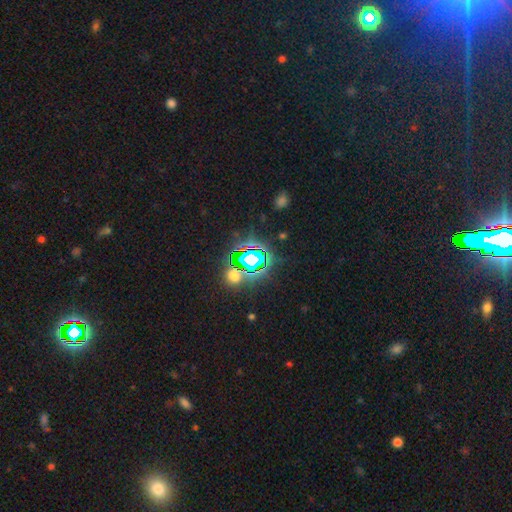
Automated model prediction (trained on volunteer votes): star or artifact 79%, smooth 12%, featured or disk 8%.